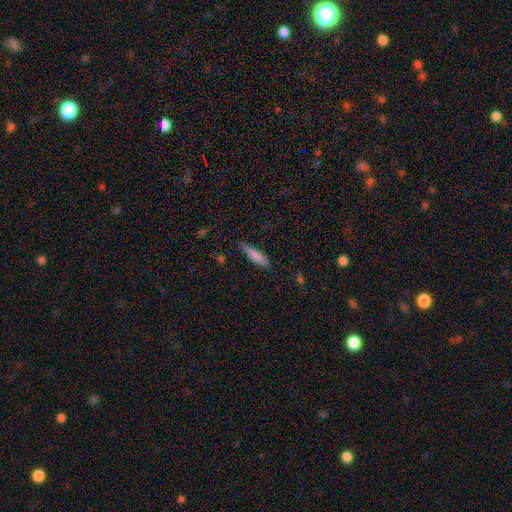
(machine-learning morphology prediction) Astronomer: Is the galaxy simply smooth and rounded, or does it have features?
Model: smooth — 77%.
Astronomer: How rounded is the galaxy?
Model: cigar-shaped — 80%.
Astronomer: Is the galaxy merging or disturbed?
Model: none — 80%.